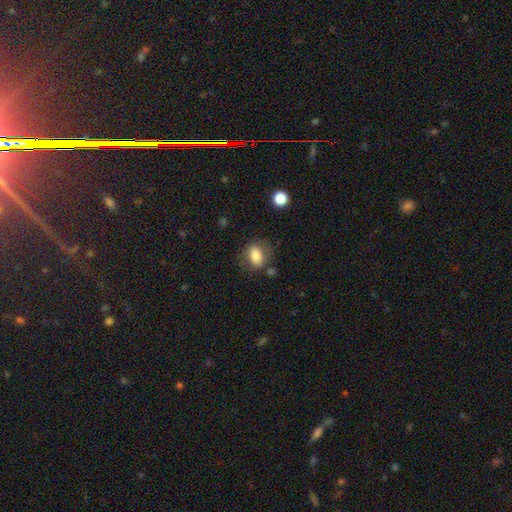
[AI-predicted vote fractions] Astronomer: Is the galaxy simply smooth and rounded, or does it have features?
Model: smooth — 77%.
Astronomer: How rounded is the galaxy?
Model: in between — 78%.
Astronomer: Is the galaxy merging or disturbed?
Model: none — 67%.